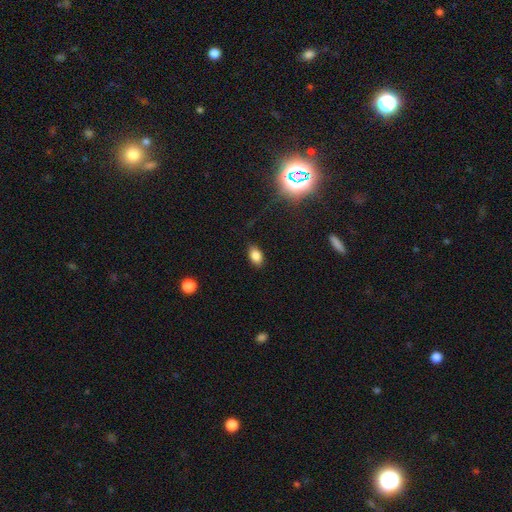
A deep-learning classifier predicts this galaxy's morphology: Smooth or featured? Predicted: smooth (p=0.82). How rounded? Predicted: in between (p=0.88). Merging? Predicted: none (p=0.84).